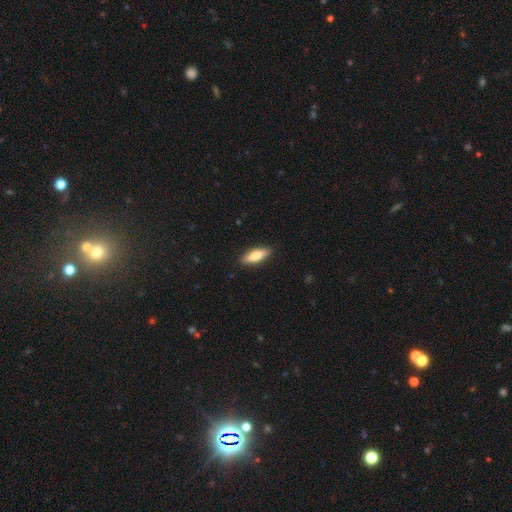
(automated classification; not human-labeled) Smooth or featured? Predicted: smooth (p=0.75). How rounded? Predicted: in between (p=0.56). Merging? Predicted: none (p=0.89).